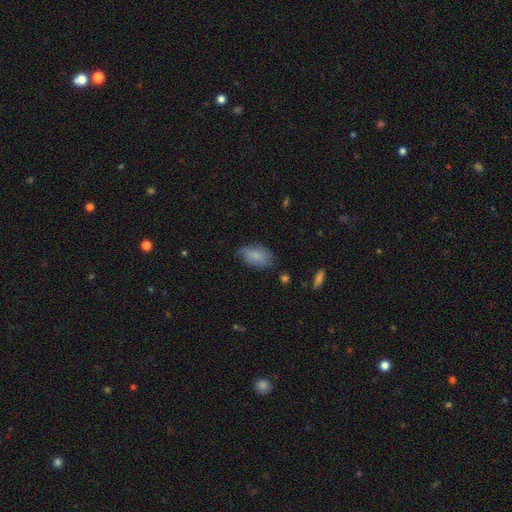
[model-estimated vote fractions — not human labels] This is likely a smooth galaxy (73%). How rounded: clearly in between (92%). Merging: likely none (61%).